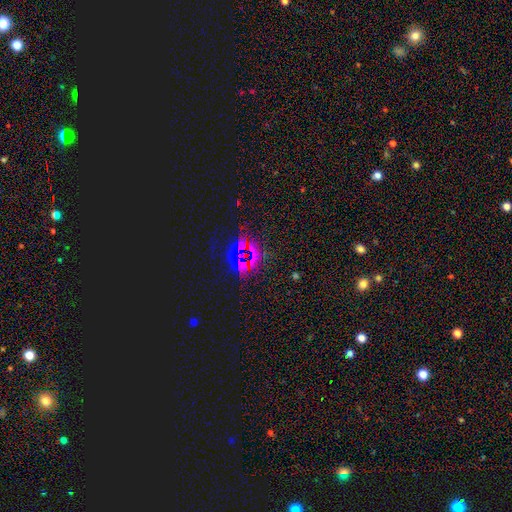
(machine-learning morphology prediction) Smooth or featured?
  - star or artifact: 71% *
  - smooth: 20%
  - featured or disk: 9%